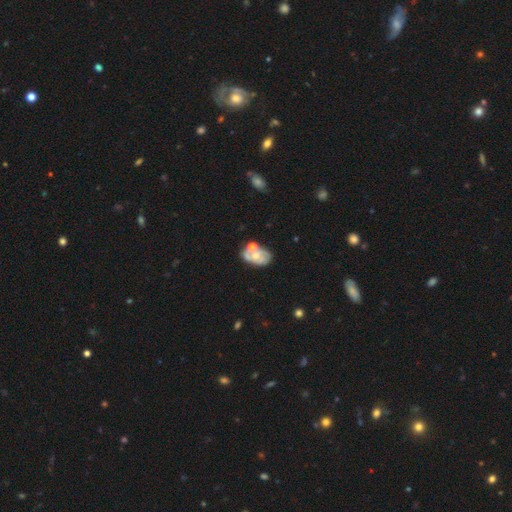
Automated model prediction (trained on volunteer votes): Smooth or featured?
  - featured or disk: 61% *
  - smooth: 31%
  - star or artifact: 8%
Edge-on disk?
  - no: 96% *
  - yes: 4%
Bar?
  - no: 78% *
  - weak: 18%
  - strong: 4%
Spiral arms?
  - yes: 56% *
  - no: 44%
Bulge size?
  - small: 49% *
  - moderate: 42%
  - none: 5%
  - large: 2%
  - dominant: 1%
Merging?
  - none: 43% *
  - merger: 28%
  - minor disturbance: 20%
  - major disturbance: 9%